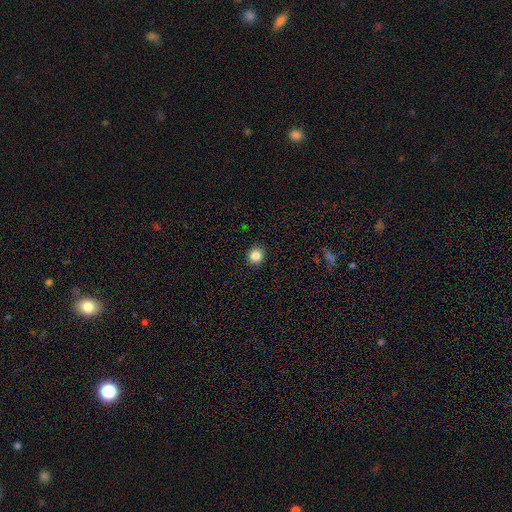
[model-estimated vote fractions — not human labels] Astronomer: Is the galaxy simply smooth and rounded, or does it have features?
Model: smooth — 86%.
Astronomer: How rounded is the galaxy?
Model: round — 88%.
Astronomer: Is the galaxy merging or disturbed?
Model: none — 92%.